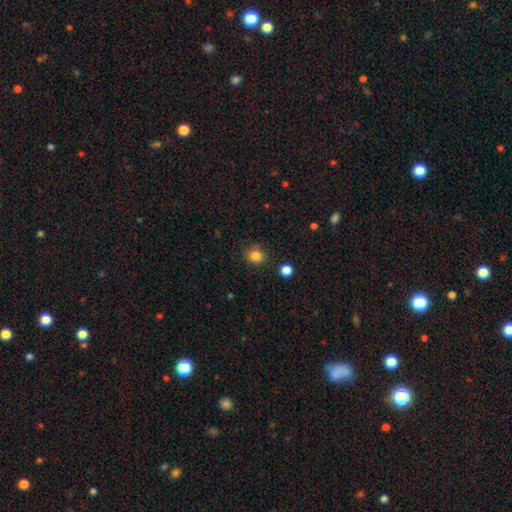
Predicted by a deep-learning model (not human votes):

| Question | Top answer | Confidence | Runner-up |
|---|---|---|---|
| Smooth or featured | smooth | 83% | star or artifact (12%) |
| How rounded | round | 78% | in between (21%) |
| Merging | none | 83% | minor disturbance (11%) |